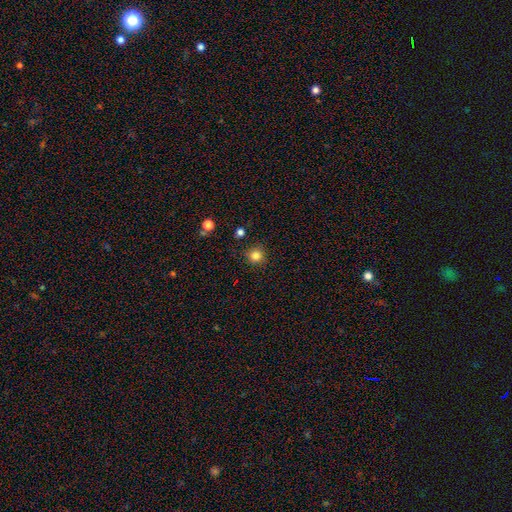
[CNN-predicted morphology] This is clearly a smooth galaxy (83%). How rounded: clearly round (94%). Merging: clearly none (88%).